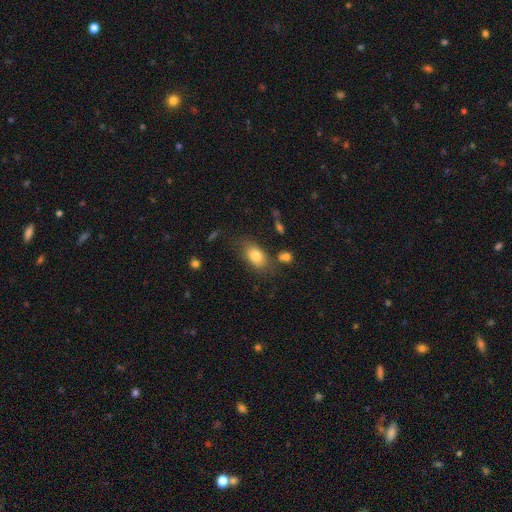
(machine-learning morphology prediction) Smooth or featured?
  - smooth: 80% *
  - featured or disk: 12%
  - star or artifact: 8%
How rounded?
  - in between: 87% *
  - round: 10%
  - cigar-shaped: 3%
Merging?
  - none: 70% *
  - minor disturbance: 18%
  - major disturbance: 6%
  - merger: 6%